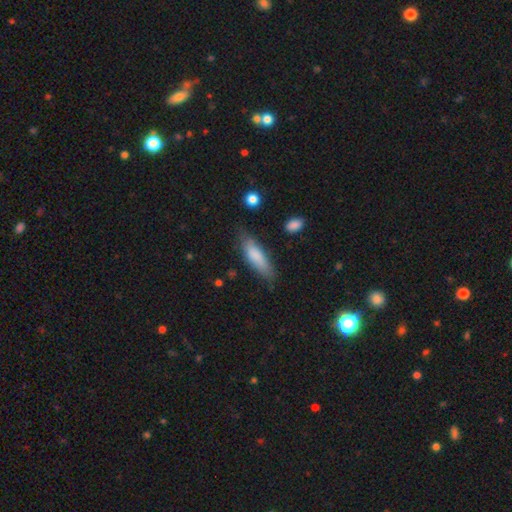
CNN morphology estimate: smooth 80%, featured or disk 14%, star or artifact 6%. Down the decision tree: how rounded — cigar-shaped (57%); merging — none (75%).